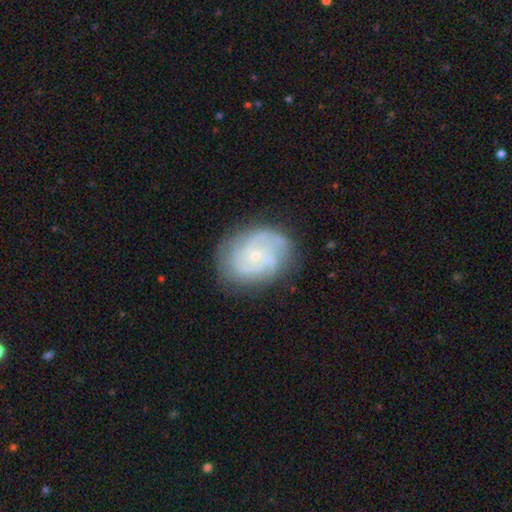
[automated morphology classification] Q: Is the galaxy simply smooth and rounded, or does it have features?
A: featured or disk — 83%.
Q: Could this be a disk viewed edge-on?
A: no — 98%.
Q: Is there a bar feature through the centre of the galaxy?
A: no — 73%.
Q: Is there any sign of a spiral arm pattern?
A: yes — 97%.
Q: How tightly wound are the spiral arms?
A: tight — 63%.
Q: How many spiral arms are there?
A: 3 — 34%.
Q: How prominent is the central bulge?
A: small — 79%.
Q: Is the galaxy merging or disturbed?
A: none — 79%.